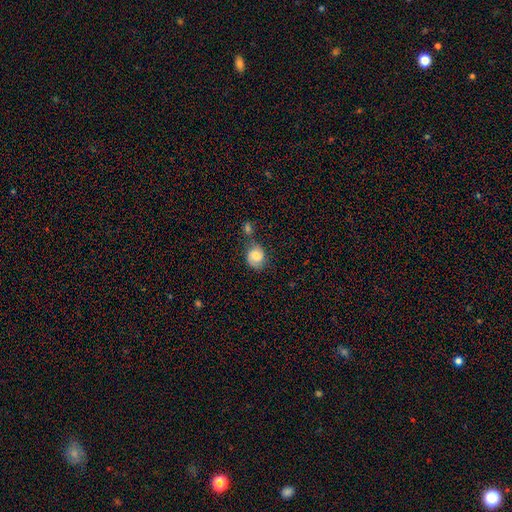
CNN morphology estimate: This is likely a smooth galaxy (65%). How rounded: likely round (74%). Merging: possibly none (58%).